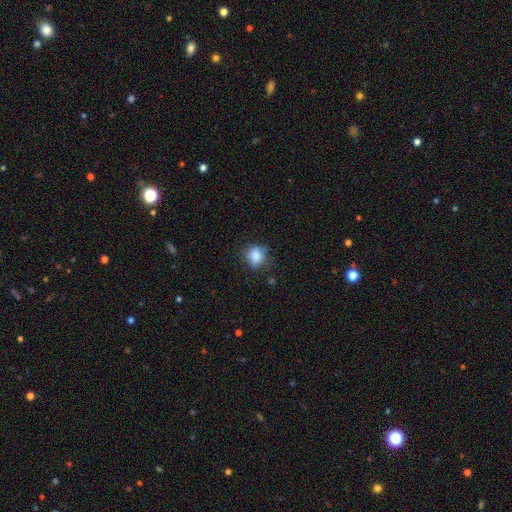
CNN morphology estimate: A smooth galaxy with no disk features (84%) that is round (65%). Merging: none (66%).